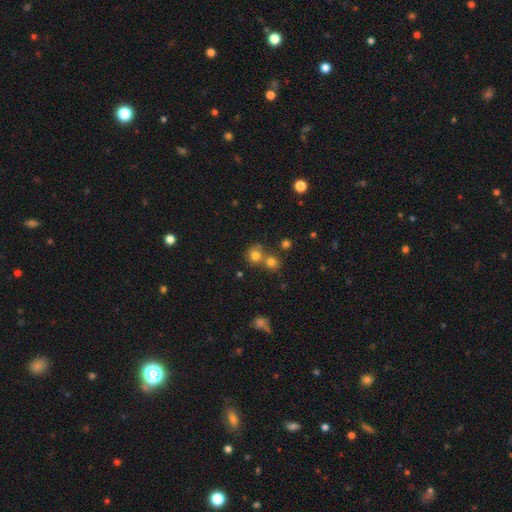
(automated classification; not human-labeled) Smooth or featured? Predicted: smooth (p=0.74). How rounded? Predicted: round (p=0.86). Merging? Predicted: none (p=0.53).